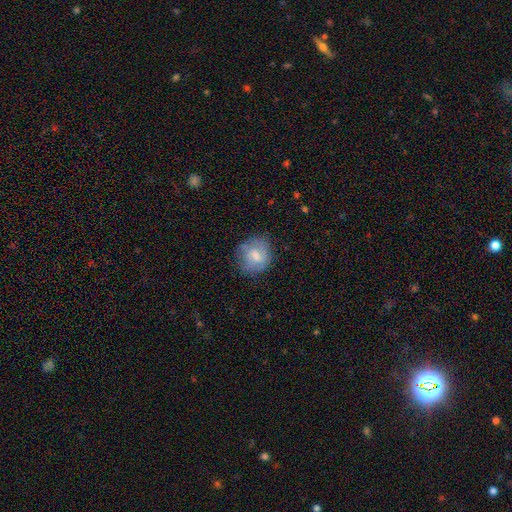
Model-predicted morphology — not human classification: This appears to be a smooth galaxy with no disk features (56%) that is round (73%). Merging: none (68%).